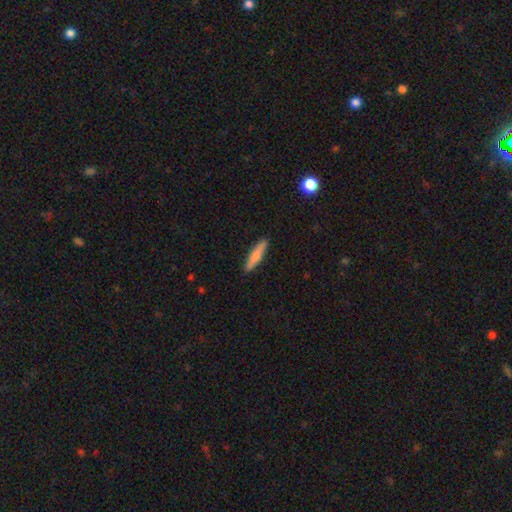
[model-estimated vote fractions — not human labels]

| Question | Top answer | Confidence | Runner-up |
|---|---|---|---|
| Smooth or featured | smooth | 74% | featured or disk (21%) |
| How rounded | cigar-shaped | 88% | in between (10%) |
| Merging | none | 91% | minor disturbance (7%) |